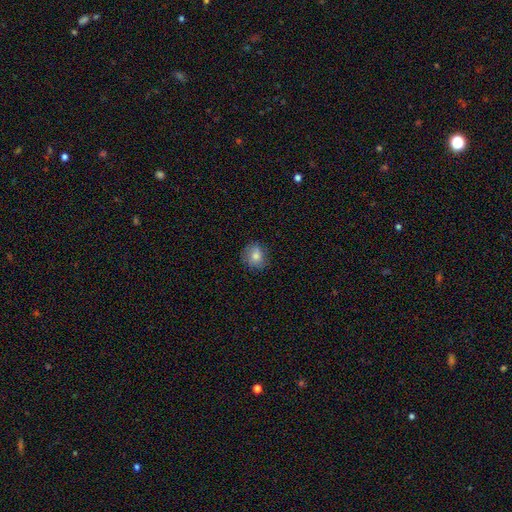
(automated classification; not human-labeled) Smooth or featured: smooth — 74% (featured or disk — 15%)
How rounded: round — 76% (in between — 23%)
Merging: none — 79% (minor disturbance — 16%)